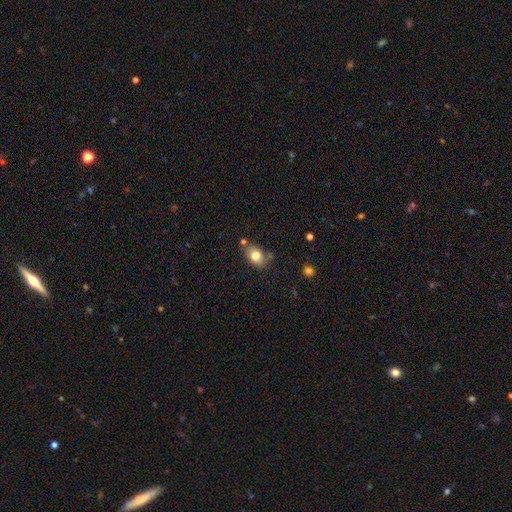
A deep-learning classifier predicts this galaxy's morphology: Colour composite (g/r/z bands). It shows a smooth galaxy with no disk features (79%) that is in between round and cigar-shaped (74%). Merging: none (69%).